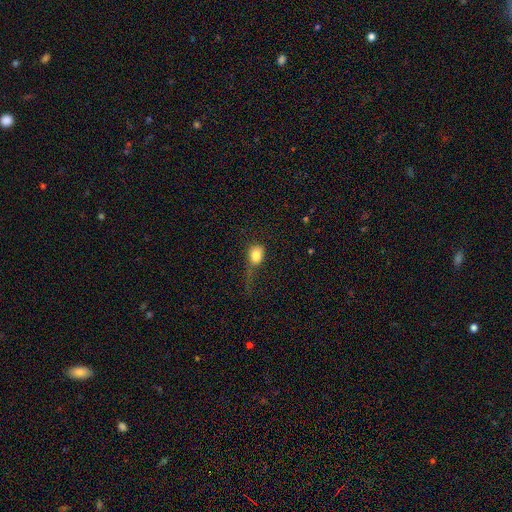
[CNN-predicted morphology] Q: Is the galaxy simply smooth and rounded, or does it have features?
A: smooth — 80%.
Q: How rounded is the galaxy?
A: in between — 53%.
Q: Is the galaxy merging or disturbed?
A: major disturbance — 35%.